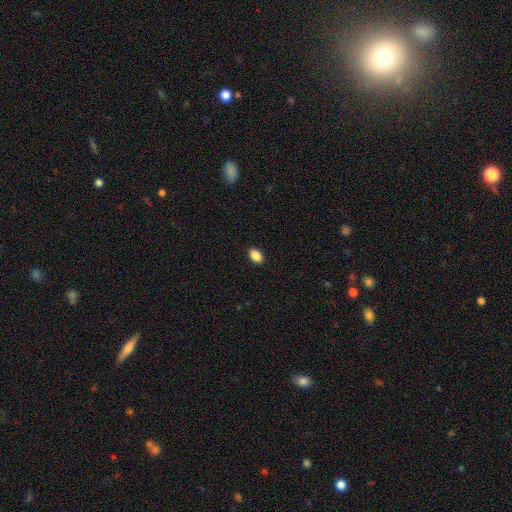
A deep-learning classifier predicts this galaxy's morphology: The model was most divided on "how rounded": in between: 89%, round: 9%, cigar-shaped: 2%. More confident: merging — none (90%); smooth or featured — smooth (88%).